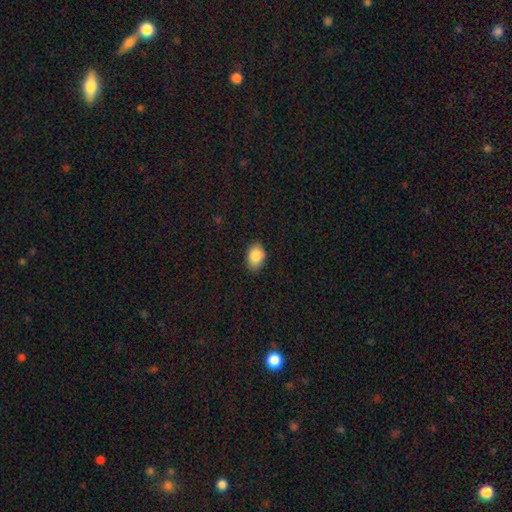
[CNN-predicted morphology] Q: Smooth or featured?
A: smooth (87%); runner-up: star or artifact (7%)
Q: How rounded?
A: in between (82%); runner-up: round (17%)
Q: Merging?
A: none (83%); runner-up: minor disturbance (14%)